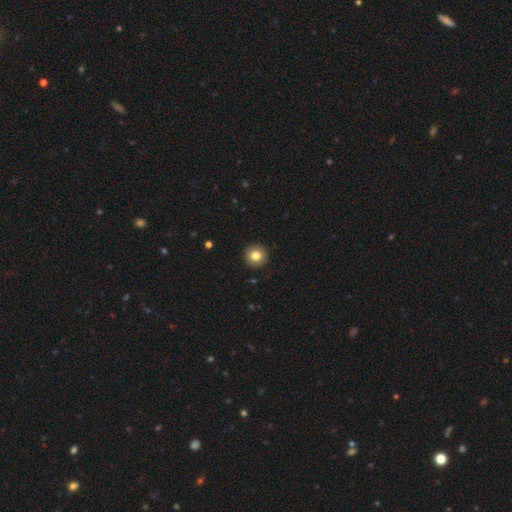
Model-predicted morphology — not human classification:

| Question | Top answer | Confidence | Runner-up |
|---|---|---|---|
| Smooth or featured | smooth | 83% | star or artifact (10%) |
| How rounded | round | 95% | in between (4%) |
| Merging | none | 93% | minor disturbance (5%) |